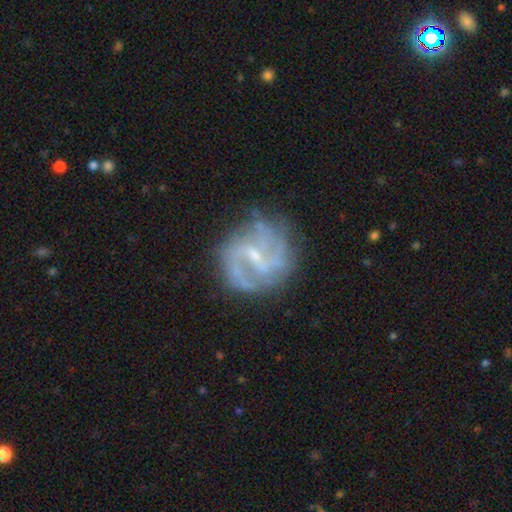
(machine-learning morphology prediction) type=featured or disk (84%); edge-on=no (98%); bar=weak (57%); spiral arms=yes (91%); winding=medium (47%); arm count=2 (53%); bulge=small (67%); merging=none (69%).